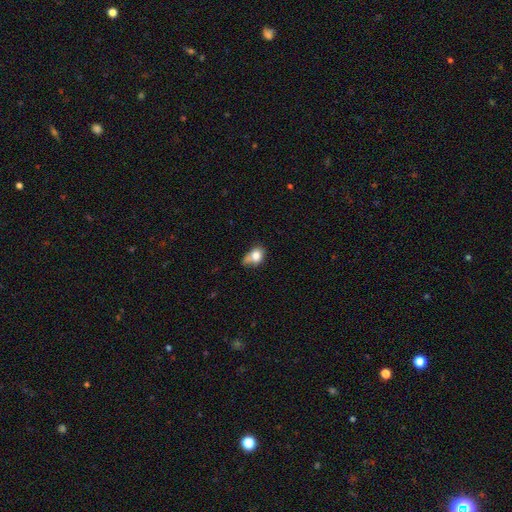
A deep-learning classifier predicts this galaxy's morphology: The model was most divided on "merging": minor disturbance: 36%, none: 30%, major disturbance: 21%, merger: 14%. More confident: smooth or featured — smooth (78%); how rounded — in between (62%).